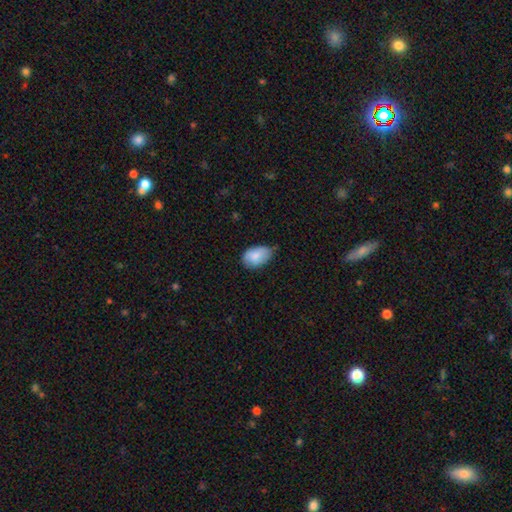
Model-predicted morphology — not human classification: A smooth galaxy with no disk features (83%) that is in between round and cigar-shaped (91%). Merging: none (56%).